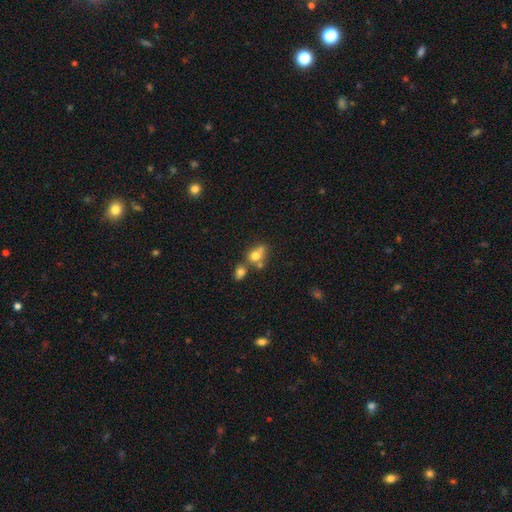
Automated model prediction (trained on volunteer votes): Overall: smooth (71%). How rounded: round (50%; in between 48%). Merging: merger (51%; none 30%).